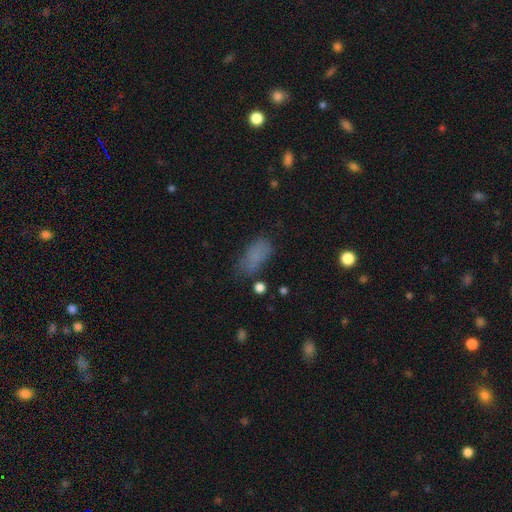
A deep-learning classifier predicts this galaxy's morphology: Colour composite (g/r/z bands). It shows a smooth galaxy with no disk features (77%) that is in between round and cigar-shaped (87%). Merging: none (60%).